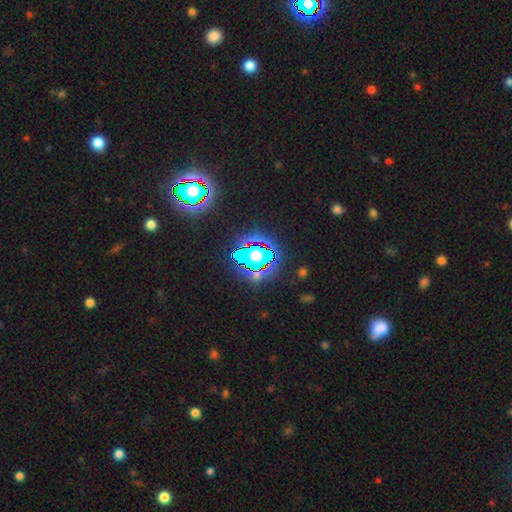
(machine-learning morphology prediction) Overall: star or artifact (60%; smooth 26%).